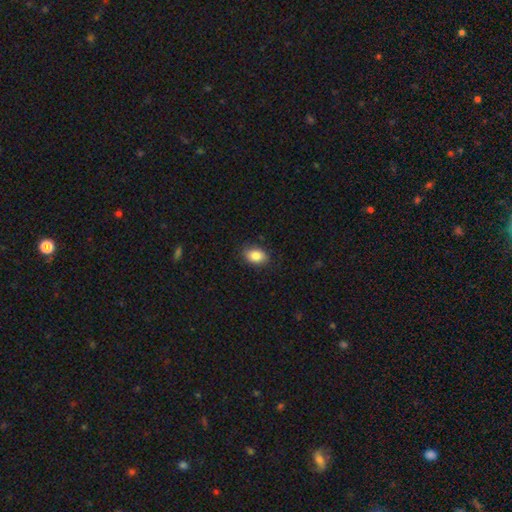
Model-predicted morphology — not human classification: smooth_or_featured: smooth (p=0.86) [alt: star or artifact p=0.08]
how_rounded: in between (p=0.81) [alt: round p=0.18]
merging: none (p=0.84) [alt: minor disturbance p=0.12]